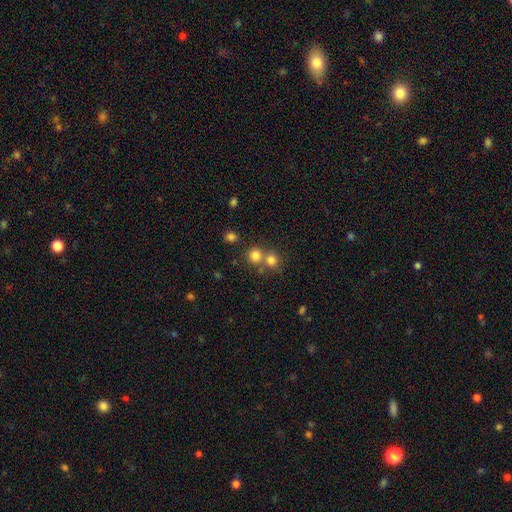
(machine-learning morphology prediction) The model was most divided on "merging": none: 54%, merger: 37%, minor disturbance: 6%, major disturbance: 3%. More confident: how rounded — round (89%); smooth or featured — smooth (78%).